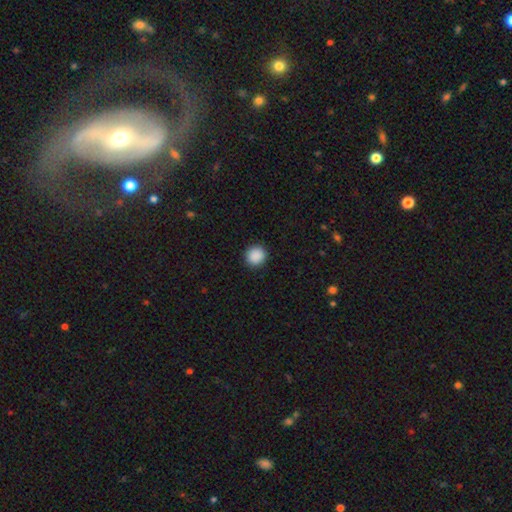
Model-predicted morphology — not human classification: The model was most divided on "smooth or featured": smooth: 89%, star or artifact: 8%, featured or disk: 2%. More confident: how rounded — round (93%); merging — none (92%).